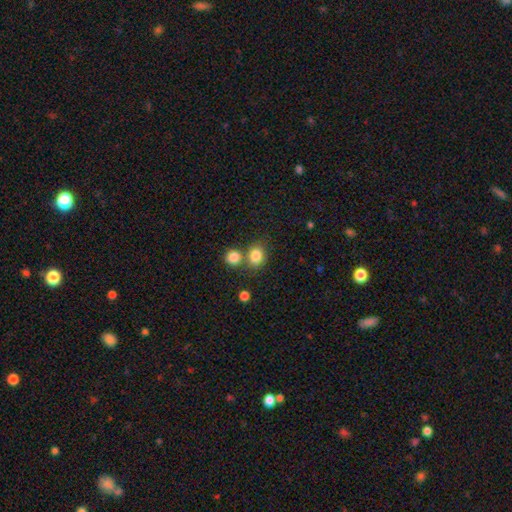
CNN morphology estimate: A smooth galaxy with no disk features (83%) that is round (64%). Merging: none (59%).